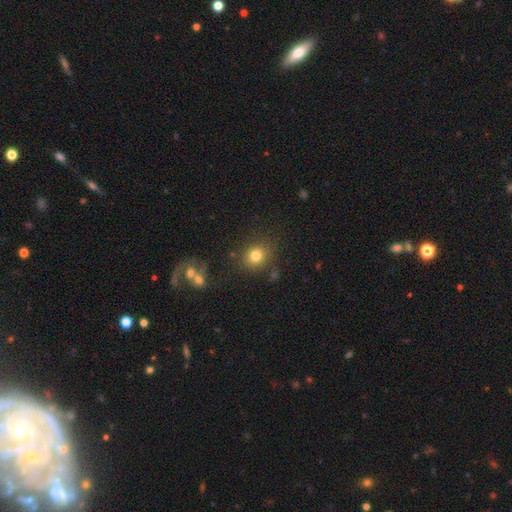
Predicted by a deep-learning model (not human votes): This is likely a smooth galaxy (79%). How rounded: likely round (77%). Merging: clearly none (80%).